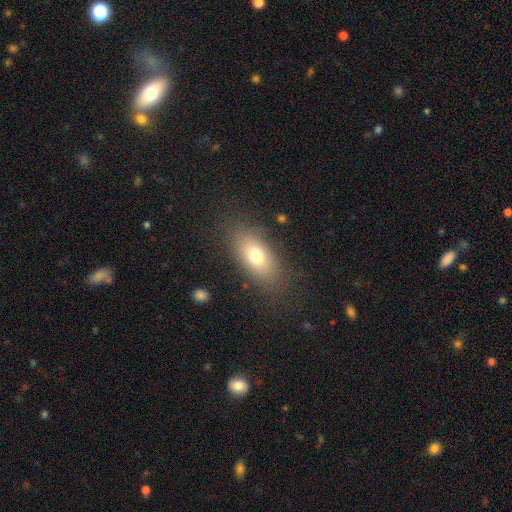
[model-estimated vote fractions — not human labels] Smooth or featured?
  - smooth: 74% *
  - featured or disk: 17%
  - star or artifact: 9%
How rounded?
  - in between: 84% *
  - cigar-shaped: 9%
  - round: 6%
Merging?
  - none: 81% *
  - minor disturbance: 12%
  - major disturbance: 5%
  - merger: 2%